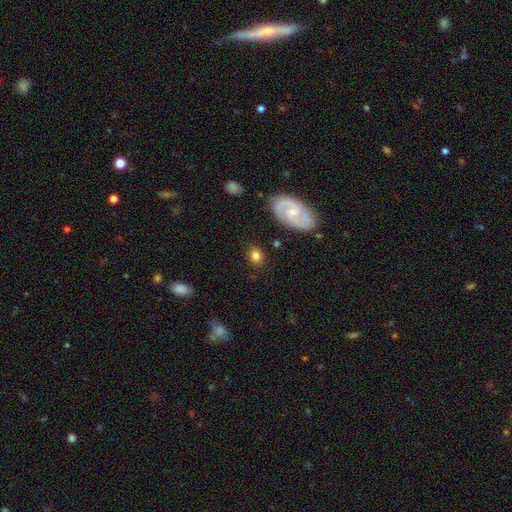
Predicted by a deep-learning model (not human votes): smooth-or-featured: smooth: 71% | featured or disk: 21% | star or artifact: 9%
  how-rounded: round: 58% | in between: 41% | cigar-shaped: 2%
  merging: none: 81% | minor disturbance: 12% | major disturbance: 4% | merger: 3%